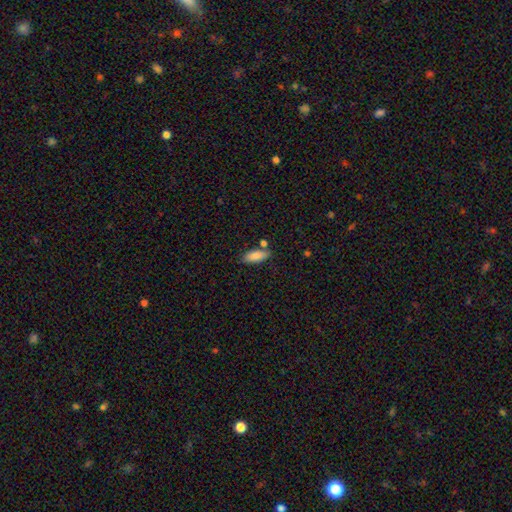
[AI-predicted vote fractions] Q: Smooth or featured?
A: smooth (85%); runner-up: featured or disk (8%)
Q: How rounded?
A: in between (81%); runner-up: cigar-shaped (17%)
Q: Merging?
A: none (74%); runner-up: minor disturbance (13%)